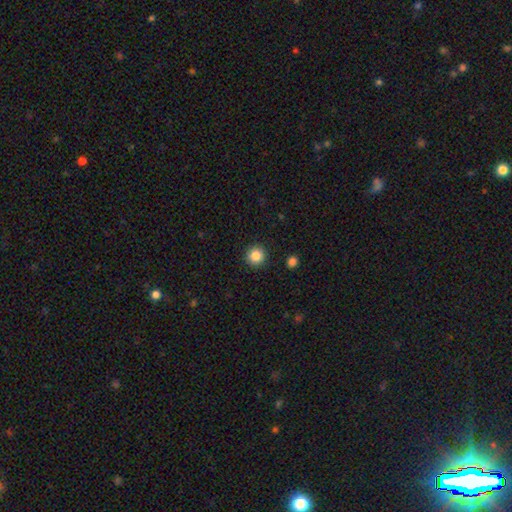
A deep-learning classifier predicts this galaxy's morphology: smooth-or-featured: smooth: 86% | star or artifact: 10% | featured or disk: 4%
  how-rounded: round: 94% | in between: 5% | cigar-shaped: 1%
  merging: none: 92% | minor disturbance: 5% | major disturbance: 2% | merger: 1%